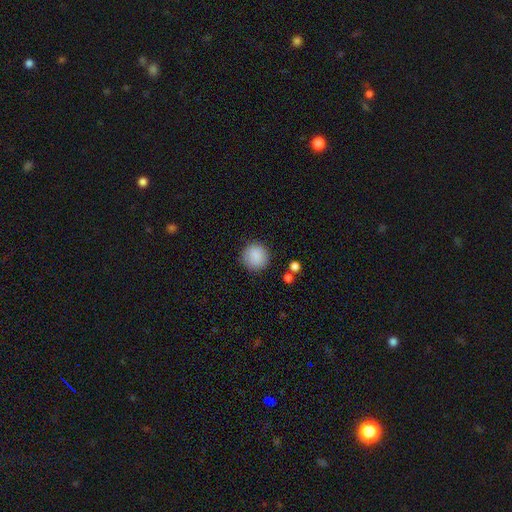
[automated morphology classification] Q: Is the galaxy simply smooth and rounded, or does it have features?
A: smooth — 87%.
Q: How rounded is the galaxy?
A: round — 92%.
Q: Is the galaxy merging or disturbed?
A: none — 87%.